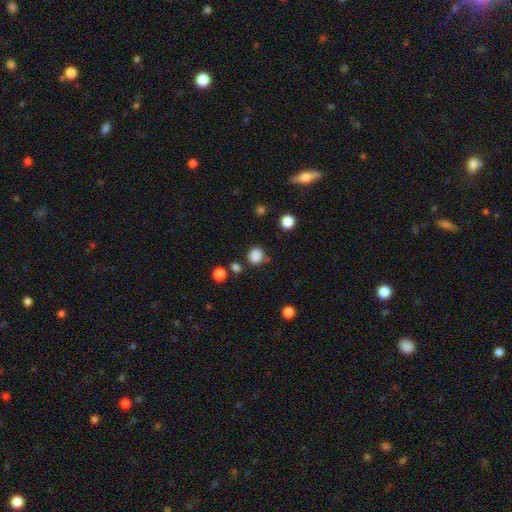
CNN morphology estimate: smooth 84%, star or artifact 13%, featured or disk 3%. Down the decision tree: how rounded — round (78%); merging — none (78%).